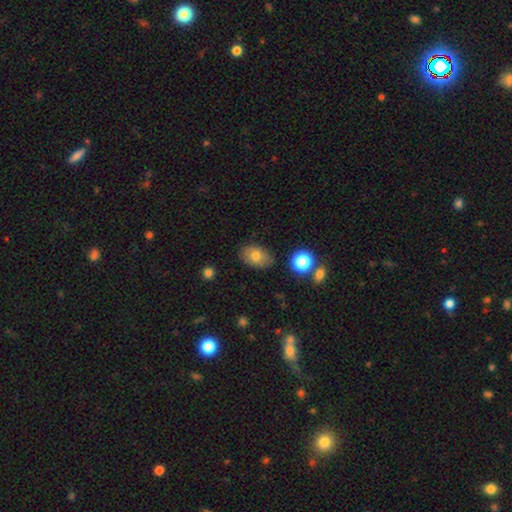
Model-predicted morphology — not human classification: smooth_or_featured: smooth (p=0.76) [alt: featured or disk p=0.14]
how_rounded: in between (p=0.84) [alt: round p=0.15]
merging: none (p=0.82) [alt: minor disturbance p=0.12]